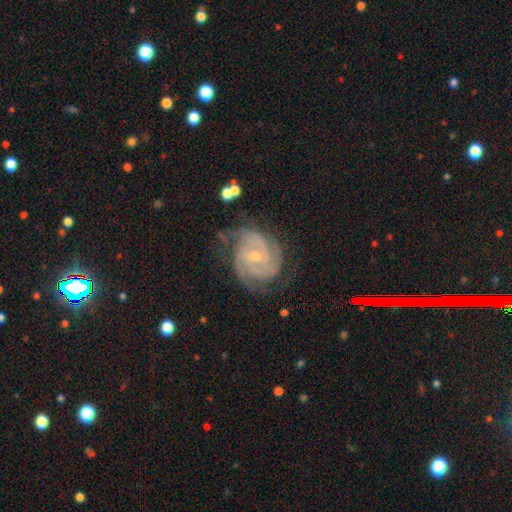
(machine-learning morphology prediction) Smooth or featured: featured or disk — 90% (star or artifact — 6%)
Edge-on disk: no — 98% (yes — 2%)
Bar: no — 63% (weak — 29%)
Spiral arms: yes — 98% (no — 2%)
Spiral winding: tight — 69% (medium — 27%)
Spiral arm count: 3 — 37% (2 — 26%)
Bulge size: small — 75% (moderate — 21%)
Merging: none — 70% (minor disturbance — 20%)